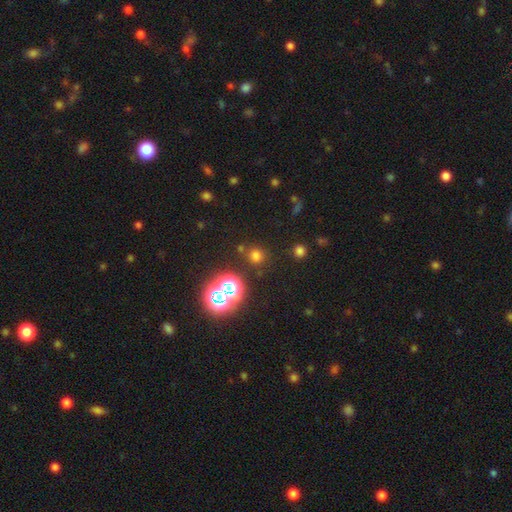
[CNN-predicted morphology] Overall: smooth (61%; star or artifact 33%). How rounded: round (86%). Merging: none (80%).